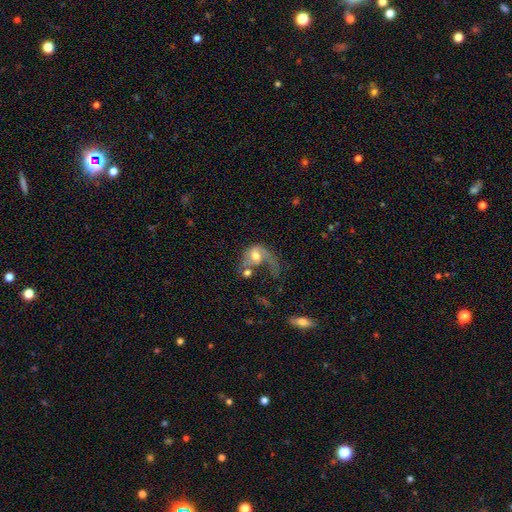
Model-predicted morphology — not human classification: Smooth or featured? featured or disk (52%)
Edge-on disk? no (96%)
Bar? no (68%)
Spiral arms? yes (67%)
Bulge size? moderate (62%)
Merging? major disturbance (48%)